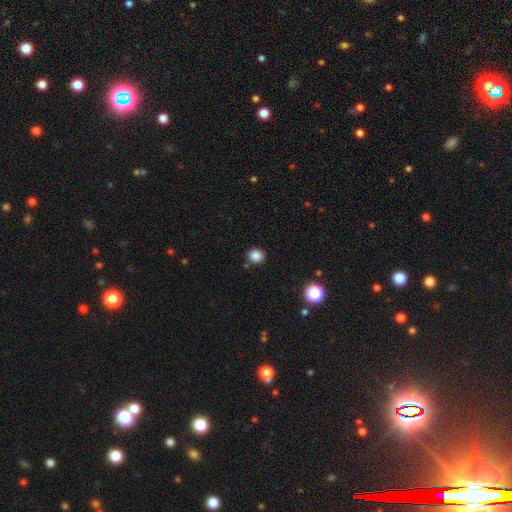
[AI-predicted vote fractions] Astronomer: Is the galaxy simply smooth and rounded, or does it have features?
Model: smooth — 84%.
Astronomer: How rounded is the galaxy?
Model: round — 88%.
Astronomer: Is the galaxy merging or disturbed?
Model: none — 88%.